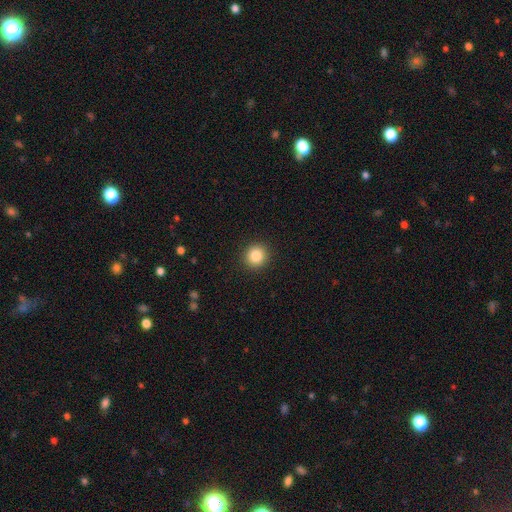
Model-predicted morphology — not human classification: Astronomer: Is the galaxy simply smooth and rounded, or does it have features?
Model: smooth — 85%.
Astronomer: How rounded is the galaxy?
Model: round — 92%.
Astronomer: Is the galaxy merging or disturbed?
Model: none — 92%.